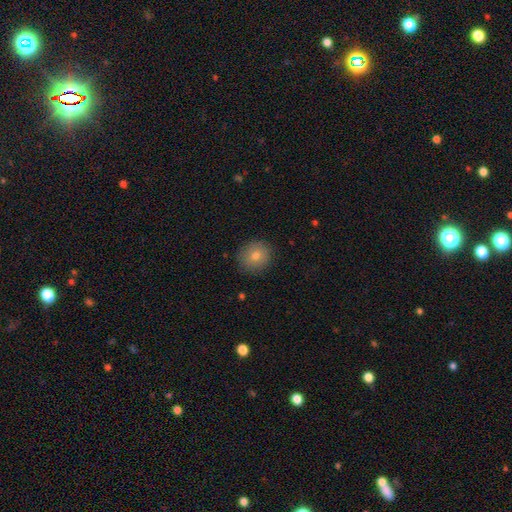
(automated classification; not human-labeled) Morphology: type=smooth (75%); roundness=round (86%); merging=none (88%).